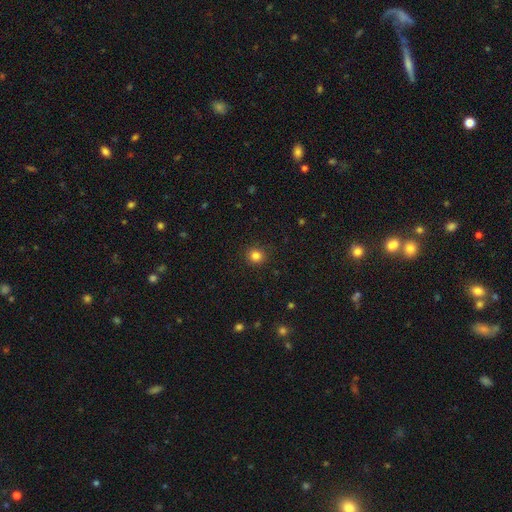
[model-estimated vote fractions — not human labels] Smooth or featured? Predicted: smooth (p=0.83). How rounded? Predicted: round (p=0.88). Merging? Predicted: none (p=0.90).